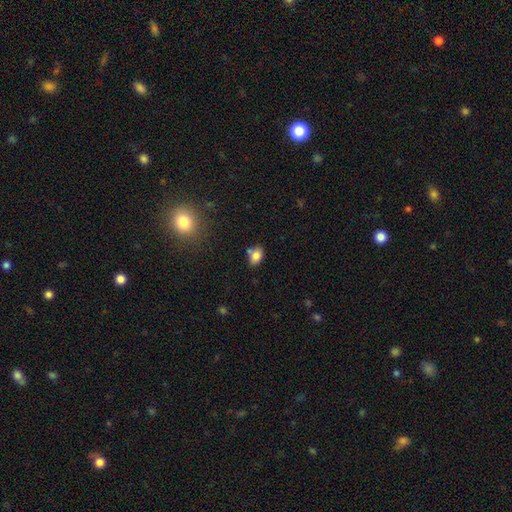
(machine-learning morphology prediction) smooth 81%, star or artifact 10%, featured or disk 9%. Down the decision tree: how rounded — in between (79%); merging — none (63%).